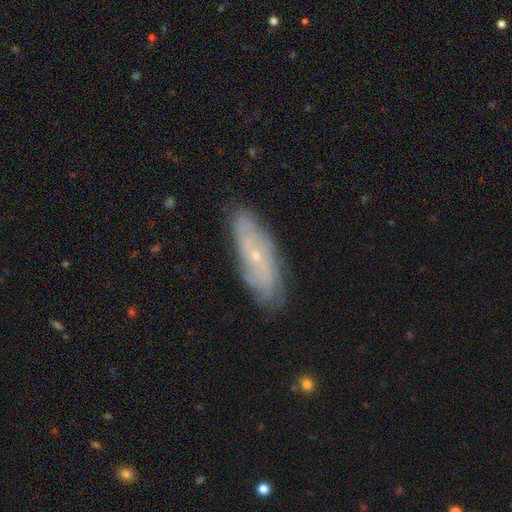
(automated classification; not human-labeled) This is likely a featured or disk galaxy (66%). It is clearly not viewed edge-on (80%). Bar: likely no (78%). Spiral arm pattern: likely yes (79%). Central bulge: clearly small (82%). Merging: likely none (79%).